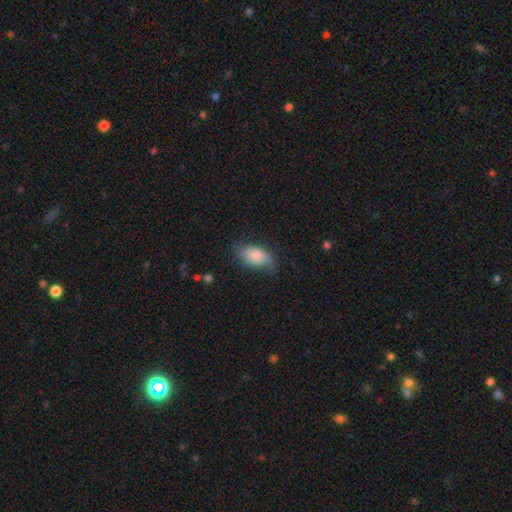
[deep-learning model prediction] smooth-or-featured: smooth: 80% | featured or disk: 13% | star or artifact: 7%
  how-rounded: in between: 91% | round: 6% | cigar-shaped: 2%
  merging: none: 61% | minor disturbance: 28% | major disturbance: 9% | merger: 1%